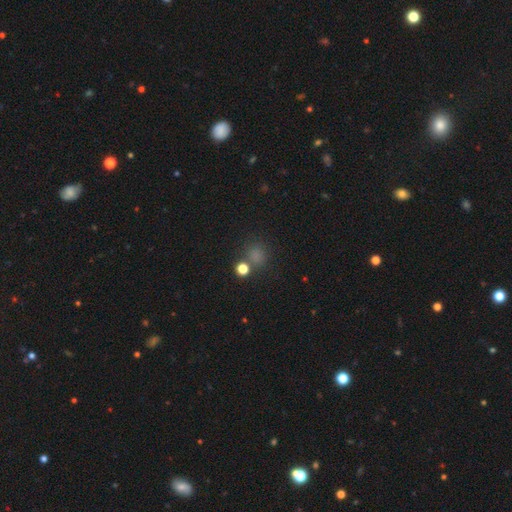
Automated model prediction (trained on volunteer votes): The model was most divided on "smooth or featured": smooth: 70%, star or artifact: 24%, featured or disk: 5%. More confident: how rounded — round (85%); merging — none (72%).